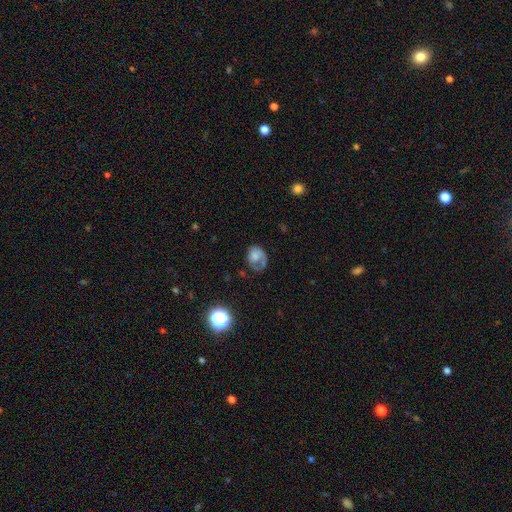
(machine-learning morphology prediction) A smooth galaxy with no disk features (52%) that is in between round and cigar-shaped (50%). Merging: none (39%).